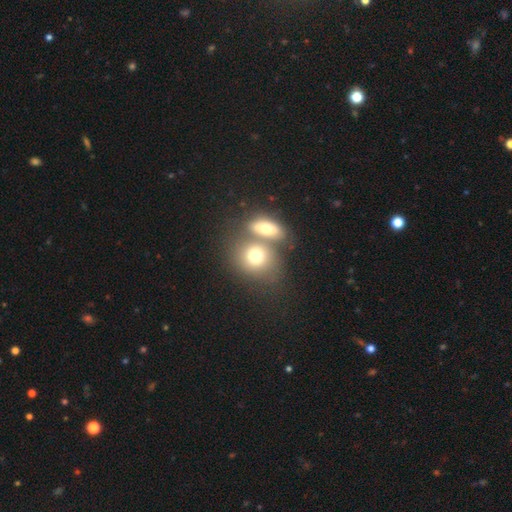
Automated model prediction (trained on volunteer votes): Smooth or featured?
  - smooth: 72% *
  - featured or disk: 19%
  - star or artifact: 9%
How rounded?
  - round: 60% *
  - in between: 39%
  - cigar-shaped: 2%
Merging?
  - merger: 48% *
  - none: 38%
  - minor disturbance: 9%
  - major disturbance: 5%